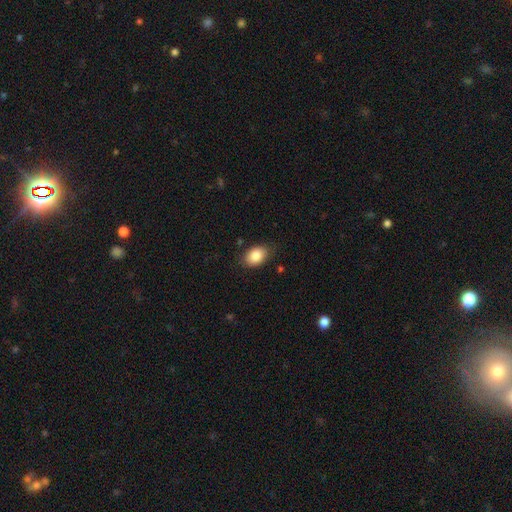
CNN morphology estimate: Smooth or featured: smooth — 86% (star or artifact — 7%)
How rounded: in between — 81% (round — 18%)
Merging: none — 80% (minor disturbance — 15%)